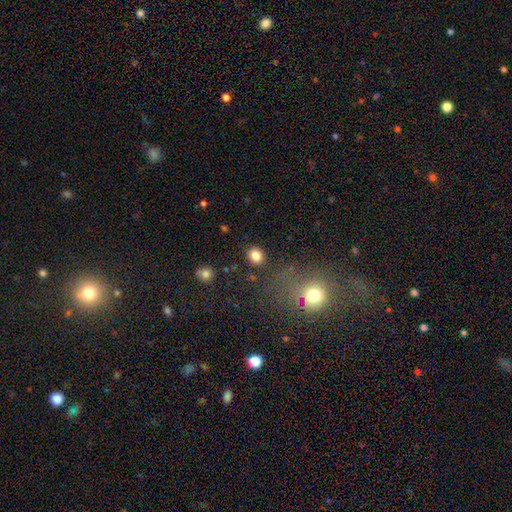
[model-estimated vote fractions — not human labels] Smooth or featured?
  - smooth: 83% *
  - star or artifact: 12%
  - featured or disk: 5%
How rounded?
  - round: 78% *
  - in between: 21%
  - cigar-shaped: 1%
Merging?
  - none: 88% *
  - minor disturbance: 7%
  - major disturbance: 3%
  - merger: 2%